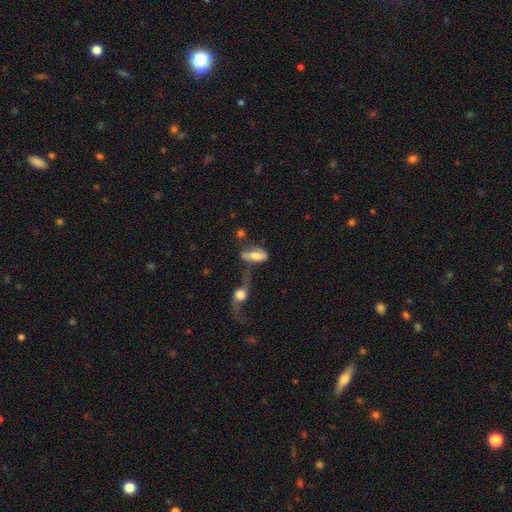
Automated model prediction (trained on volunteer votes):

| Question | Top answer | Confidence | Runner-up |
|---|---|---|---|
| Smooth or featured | smooth | 52% | featured or disk (39%) |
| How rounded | in between | 82% | cigar-shaped (13%) |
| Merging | merger | 49% | major disturbance (20%) |